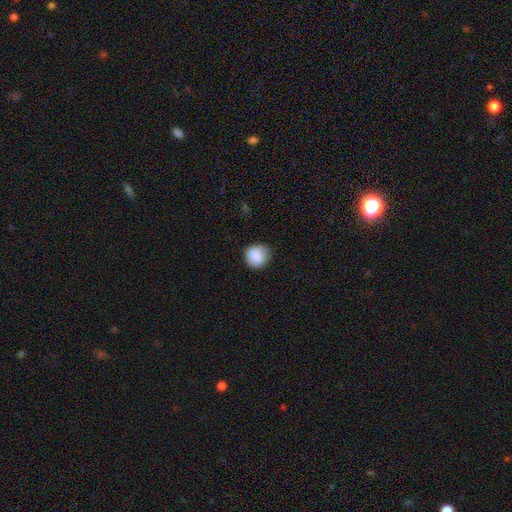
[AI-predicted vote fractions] The model was most divided on "merging": none: 80%, minor disturbance: 15%, major disturbance: 3%, merger: 1%. More confident: how rounded — round (88%); smooth or featured — smooth (87%).